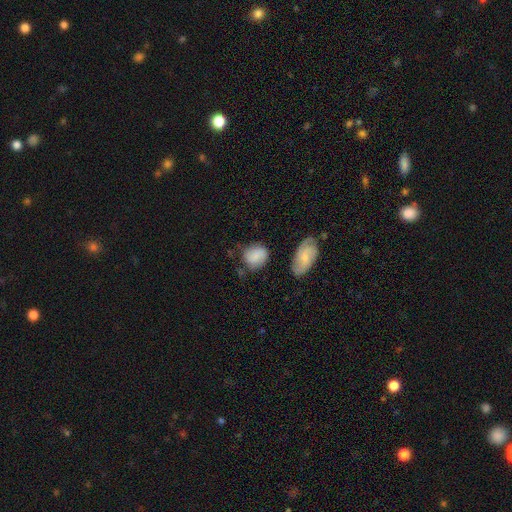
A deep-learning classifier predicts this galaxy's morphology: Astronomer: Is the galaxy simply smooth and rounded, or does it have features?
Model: smooth — 75%.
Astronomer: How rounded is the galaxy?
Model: round — 50% (runner-up: in between, 48%).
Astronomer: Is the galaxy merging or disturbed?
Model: none — 58%.